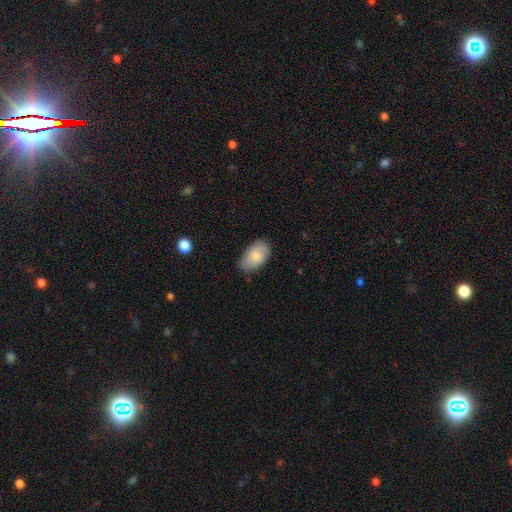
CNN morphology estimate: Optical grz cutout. It shows a smooth galaxy with no disk features (81%) that is in between round and cigar-shaped (93%). Merging: none (75%).